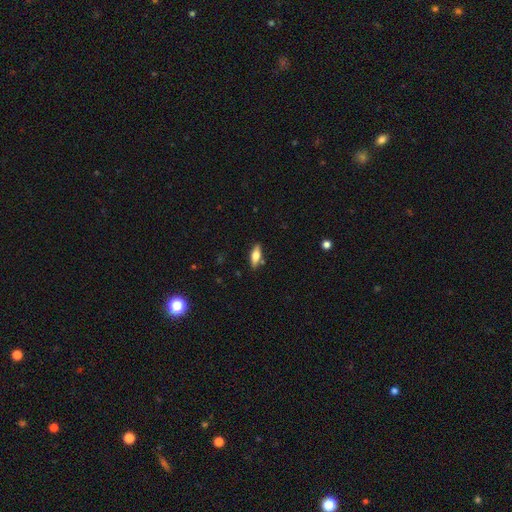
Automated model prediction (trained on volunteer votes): The model was most divided on "smooth or featured": smooth: 61%, featured or disk: 32%, star or artifact: 7%. More confident: merging — none (83%); how rounded — in between (67%).